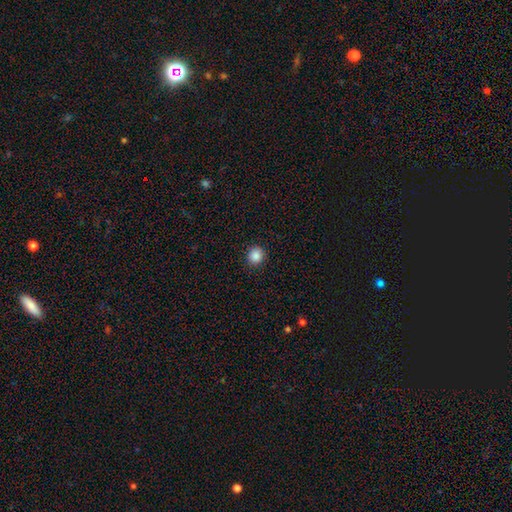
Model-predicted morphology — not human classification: Q: Smooth or featured?
A: smooth (87%); runner-up: star or artifact (10%)
Q: How rounded?
A: round (88%); runner-up: in between (11%)
Q: Merging?
A: none (91%); runner-up: minor disturbance (6%)